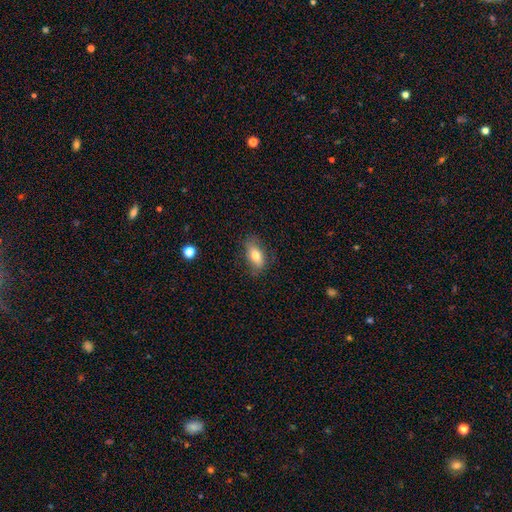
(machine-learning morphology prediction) A smooth galaxy with no disk features (74%) that is in between round and cigar-shaped (86%).

Vote fractions:
- Smooth or featured? smooth: 74% / featured or disk: 18% / star or artifact: 8%
- How rounded? in between: 86% / cigar-shaped: 8% / round: 6%
- Merging? none: 78% / minor disturbance: 17% / major disturbance: 4% / merger: 1%